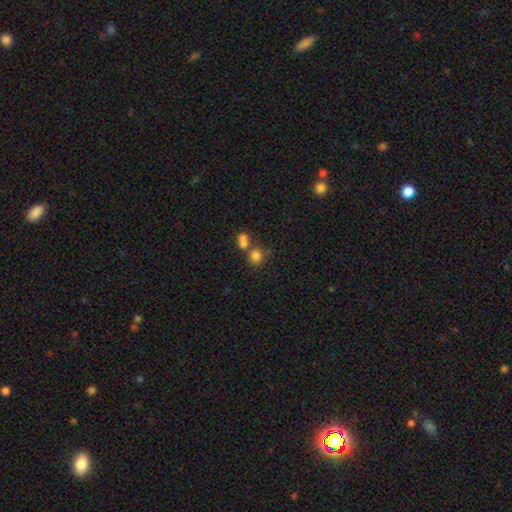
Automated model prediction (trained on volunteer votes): Morphology: type=smooth (79%); roundness=round (83%); merging=none (49%).